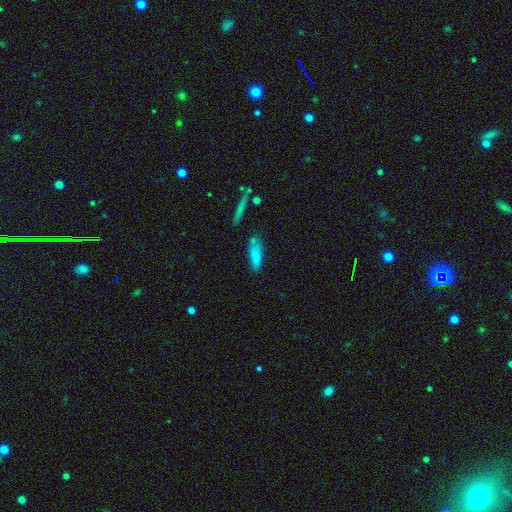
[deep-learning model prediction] Smooth or featured? smooth (79%)
How rounded? in between (50%)
Merging? none (64%)